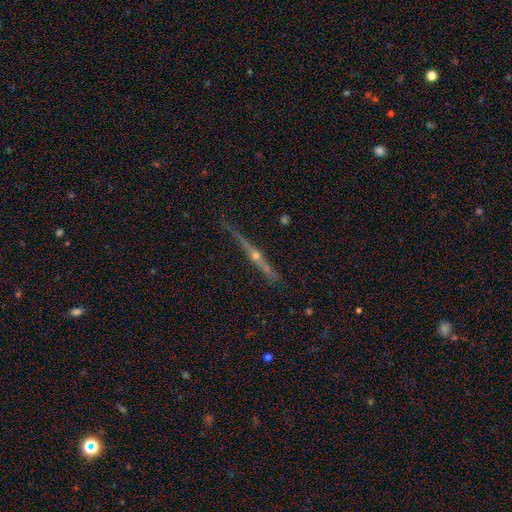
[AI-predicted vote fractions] This appears to be a featured or disk galaxy (81%) viewed edge-on (97%) with a rounded central bulge (88%). Merging: none (86%).